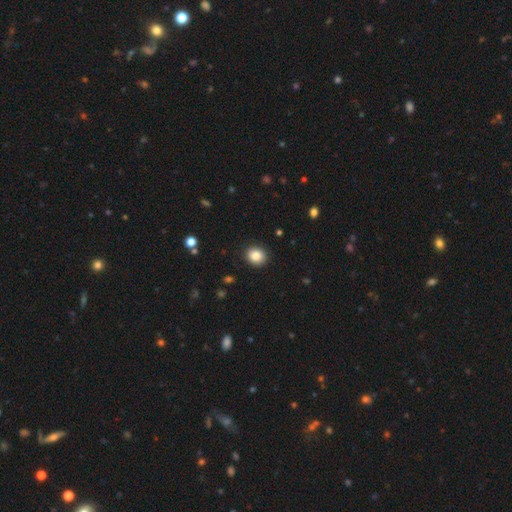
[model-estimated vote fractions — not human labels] A smooth galaxy with no disk features (86%) that is round (77%).

Vote fractions:
- Smooth or featured? smooth: 86% / star or artifact: 9% / featured or disk: 5%
- How rounded? round: 77% / in between: 22% / cigar-shaped: 1%
- Merging? none: 90% / minor disturbance: 7% / major disturbance: 2% / merger: 1%